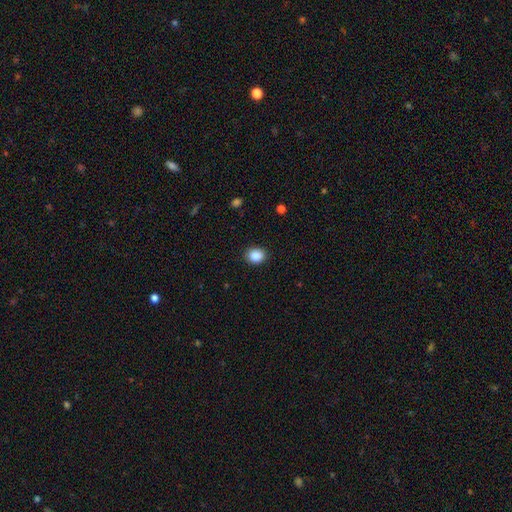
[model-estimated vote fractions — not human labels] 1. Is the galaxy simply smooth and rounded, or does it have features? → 88% smooth, 9% star or artifact, 3% featured or disk.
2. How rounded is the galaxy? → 63% round, 36% in between, 1% cigar-shaped.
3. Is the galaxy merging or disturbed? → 89% none, 8% minor disturbance, 2% major disturbance, 1% merger.